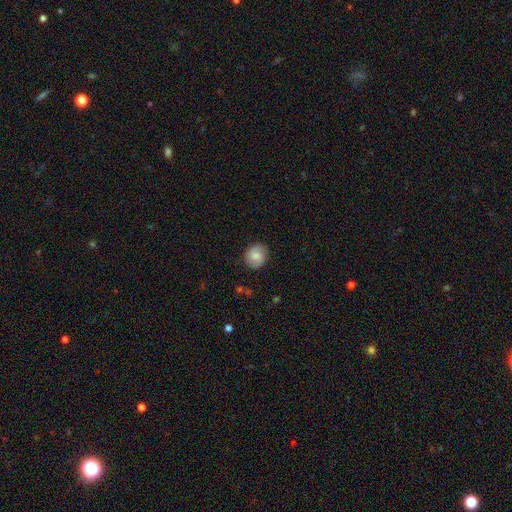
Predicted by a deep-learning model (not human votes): Q: Smooth or featured?
A: smooth (70%); runner-up: featured or disk (22%)
Q: How rounded?
A: round (78%); runner-up: in between (21%)
Q: Merging?
A: none (83%); runner-up: minor disturbance (12%)